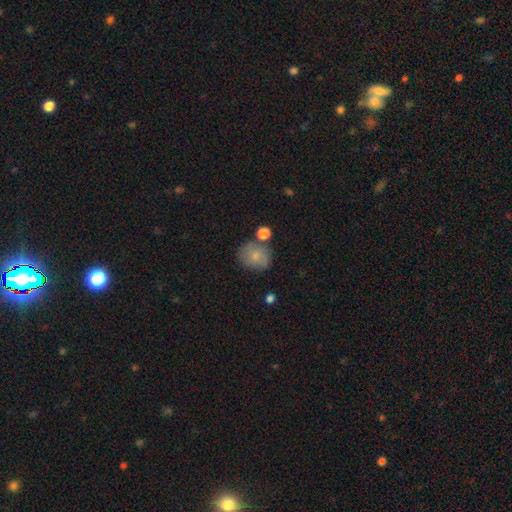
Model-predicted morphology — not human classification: A smooth galaxy with no disk features (79%) that is round (69%).

Vote fractions:
- Smooth or featured? smooth: 79% / featured or disk: 13% / star or artifact: 8%
- How rounded? round: 69% / in between: 30% / cigar-shaped: 1%
- Merging? none: 68% / minor disturbance: 16% / merger: 11% / major disturbance: 5%